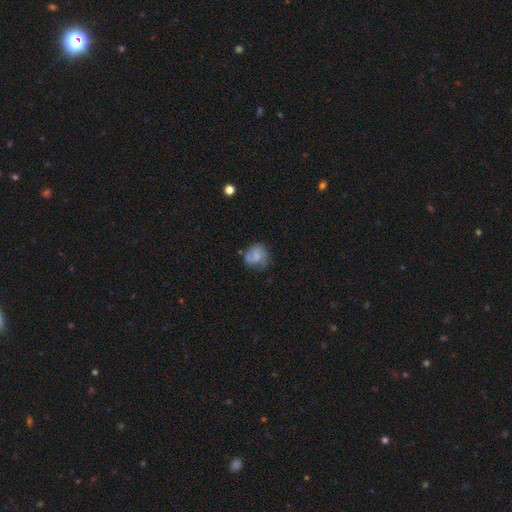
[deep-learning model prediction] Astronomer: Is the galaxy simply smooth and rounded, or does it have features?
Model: featured or disk — 49% (runner-up: smooth, 41%).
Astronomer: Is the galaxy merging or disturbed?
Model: none — 53%.